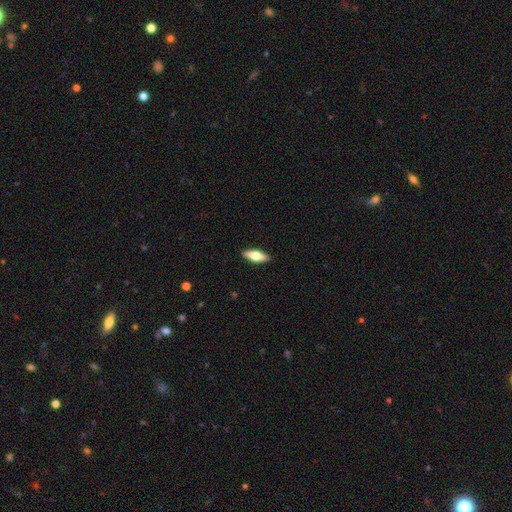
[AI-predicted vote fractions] smooth_or_featured: featured or disk (p=0.48) [alt: smooth p=0.47]
merging: none (p=0.90) [alt: minor disturbance p=0.07]